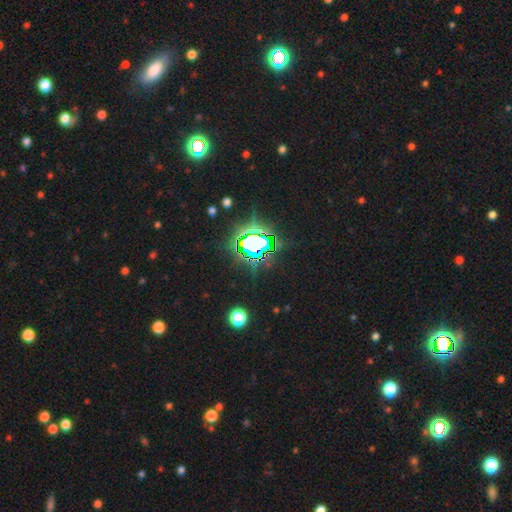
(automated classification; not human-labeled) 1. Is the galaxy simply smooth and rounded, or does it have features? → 77% star or artifact, 14% smooth, 9% featured or disk.